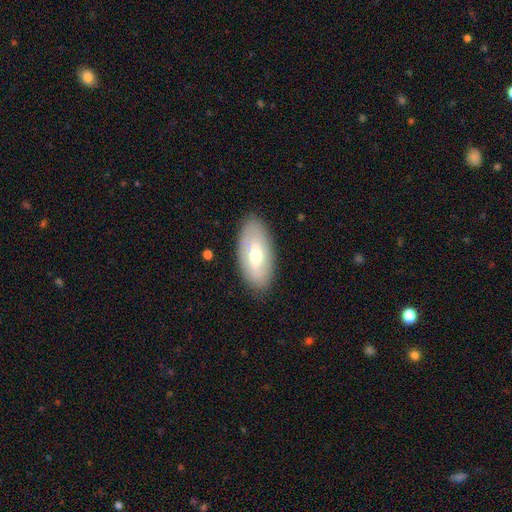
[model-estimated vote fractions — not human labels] smooth 56%, featured or disk 37%, star or artifact 7%. Down the decision tree: how rounded — in between (91%); merging — none (86%).